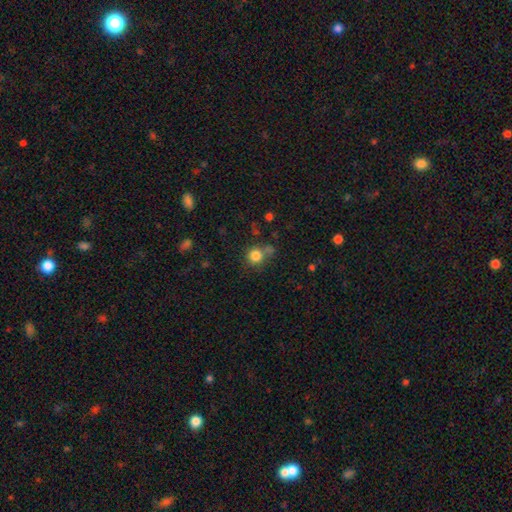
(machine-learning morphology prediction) Overall: smooth (82%). How rounded: round (90%). Merging: none (66%).